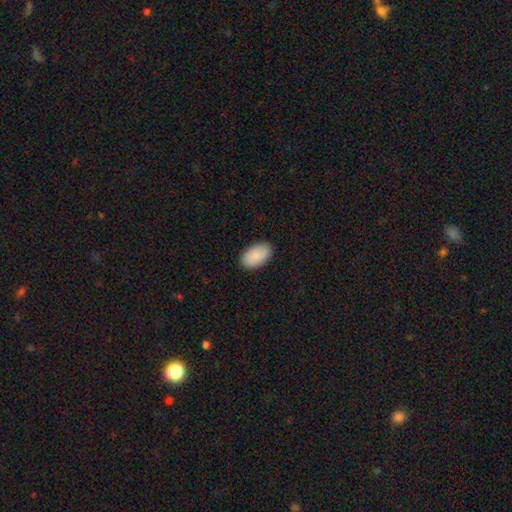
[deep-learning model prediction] Q: Smooth or featured?
A: smooth (90%); runner-up: star or artifact (6%)
Q: How rounded?
A: in between (95%); runner-up: round (4%)
Q: Merging?
A: none (87%); runner-up: minor disturbance (10%)